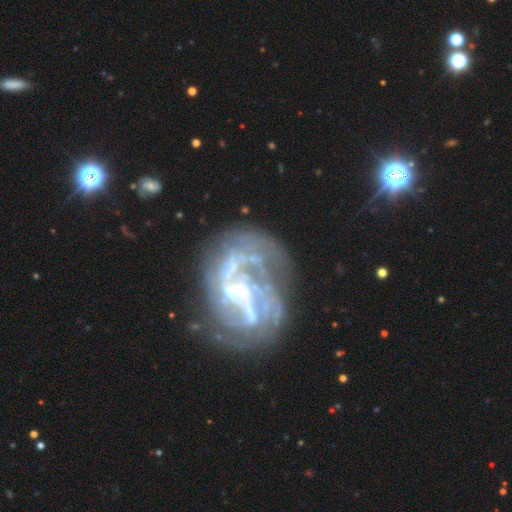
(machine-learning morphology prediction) Overall: featured or disk (83%). Edge-on disk: no (98%). Bar: weak (41%; no 33%). Spiral arms: yes (80%). Spiral arm count: can't tell (31%; 2 30%). Spiral winding: medium (42%; tight 30%). Bulge size: small (52%; none 24%). Merging: none (46%; major disturbance 27%).